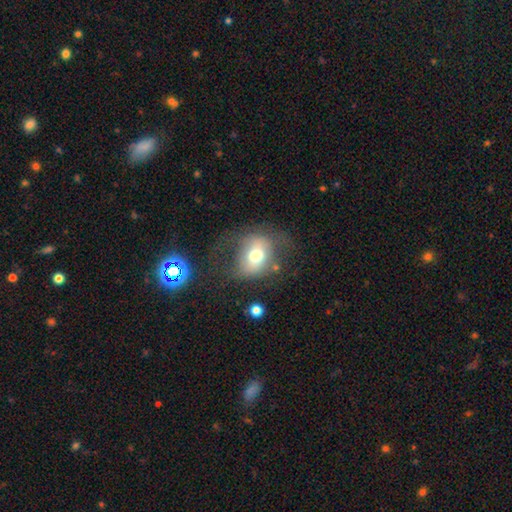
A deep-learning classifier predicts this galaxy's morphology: smooth 58%, featured or disk 33%, star or artifact 10%. Down the decision tree: how rounded — in between (52%); merging — none (47%).